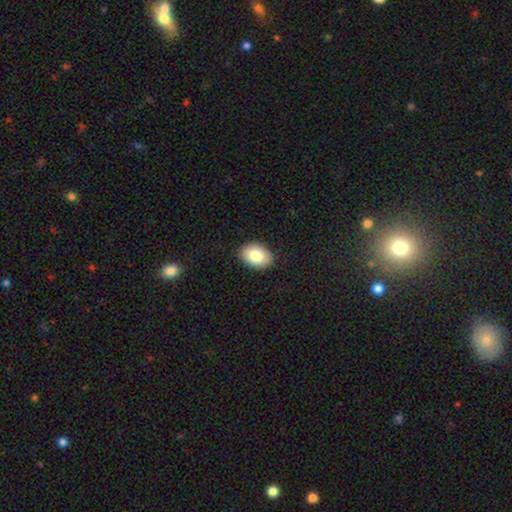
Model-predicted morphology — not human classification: smooth_or_featured: smooth (p=0.84) [alt: featured or disk p=0.09]
how_rounded: in between (p=0.84) [alt: round p=0.15]
merging: none (p=0.88) [alt: minor disturbance p=0.09]